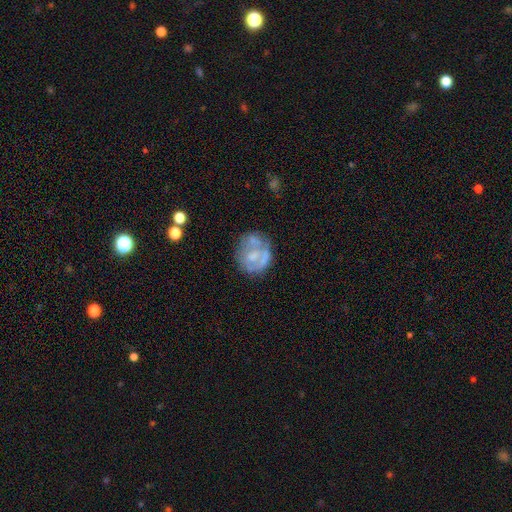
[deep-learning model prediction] A featured or disk galaxy (52%) with no bar (80%), no spiral arms (81%) and no central bulge (39%).

Vote fractions:
- Smooth or featured? featured or disk: 52% / smooth: 39% / star or artifact: 9%
- Edge-on disk? no: 98% / yes: 2%
- Bar? no: 80% / weak: 16% / strong: 4%
- Spiral arms? no: 81% / yes: 19%
- Bulge size? none: 39% / moderate: 32% / small: 21% / large: 6% / dominant: 2%
- Merging? none: 46% / minor disturbance: 23% / major disturbance: 18% / merger: 13%